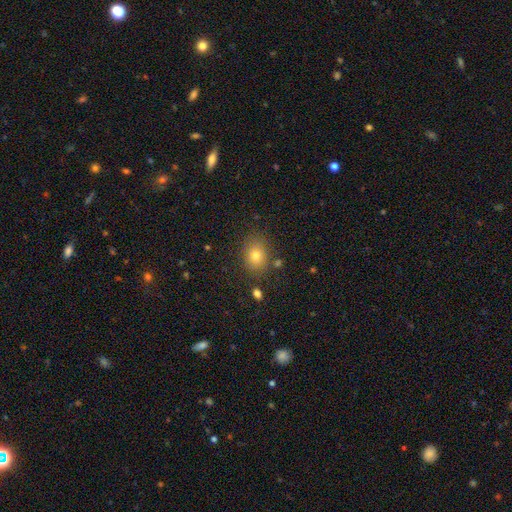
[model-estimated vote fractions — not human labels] Q: Smooth or featured?
A: smooth (76%); runner-up: star or artifact (14%)
Q: How rounded?
A: in between (58%); runner-up: round (41%)
Q: Merging?
A: none (83%); runner-up: minor disturbance (11%)